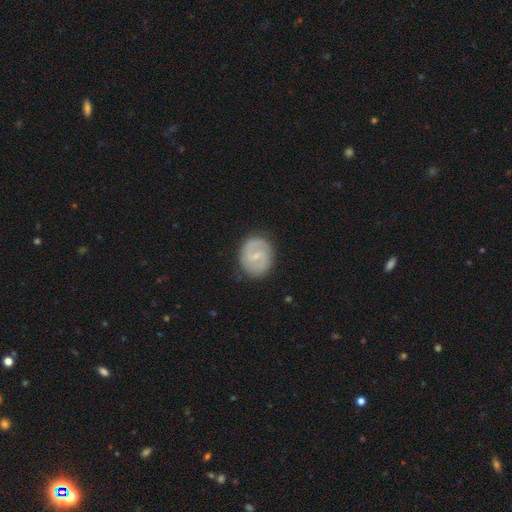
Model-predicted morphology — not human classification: Q: Smooth or featured?
A: featured or disk (66%); runner-up: smooth (28%)
Q: Edge-on disk?
A: no (97%); runner-up: yes (3%)
Q: Bar?
A: weak (57%); runner-up: no (26%)
Q: Spiral arms?
A: yes (80%); runner-up: no (20%)
Q: Spiral winding?
A: medium (44%); runner-up: tight (38%)
Q: Spiral arm count?
A: 2 (79%); runner-up: can't tell (13%)
Q: Bulge size?
A: small (71%); runner-up: moderate (22%)
Q: Merging?
A: none (82%); runner-up: minor disturbance (13%)